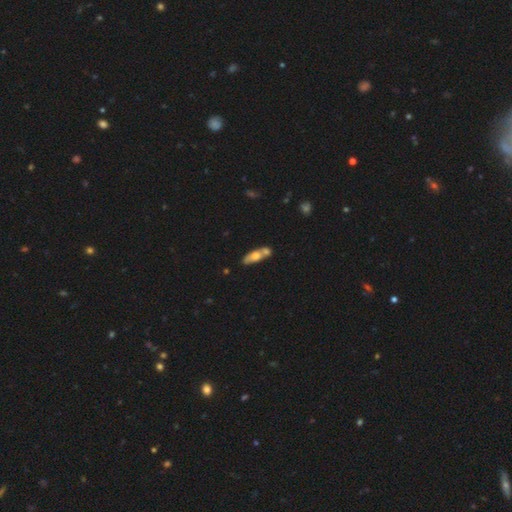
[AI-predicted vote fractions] smooth 59%, featured or disk 34%, star or artifact 7%. Down the decision tree: how rounded — in between (58%); merging — merger (42%).